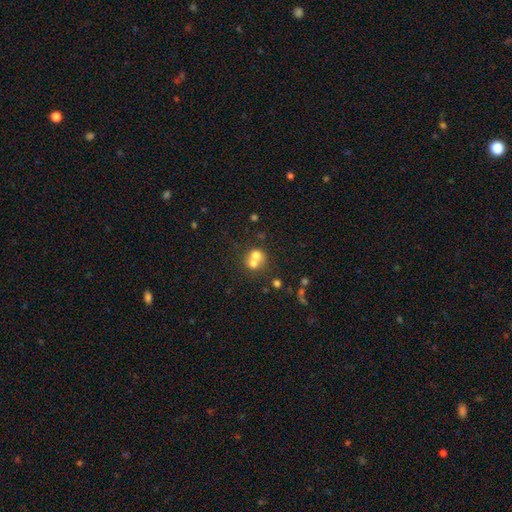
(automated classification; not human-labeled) A smooth galaxy with no disk features (66%) that is round (79%). Merging: merger (63%).